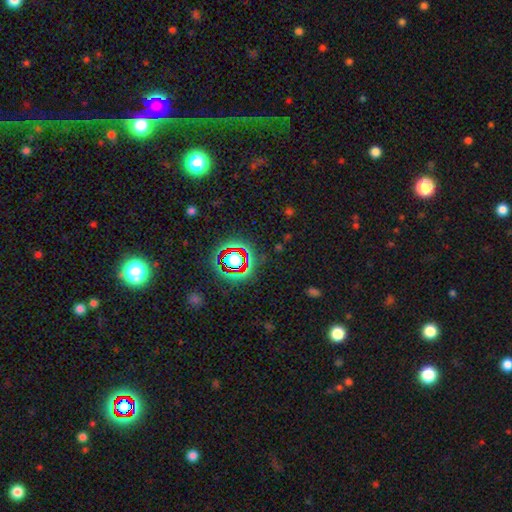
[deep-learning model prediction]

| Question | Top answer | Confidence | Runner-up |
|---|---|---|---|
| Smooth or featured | star or artifact | 75% | smooth (15%) |